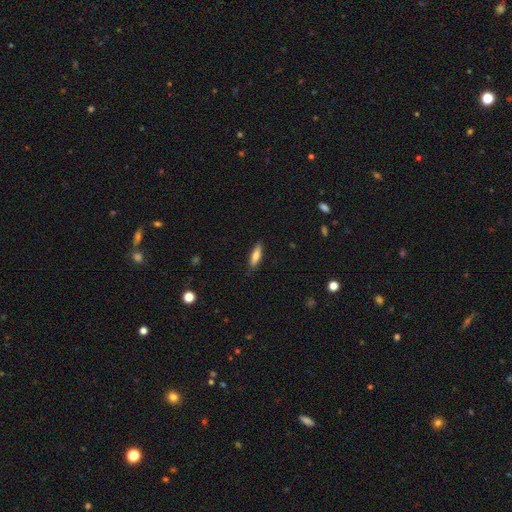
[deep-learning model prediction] smooth 74%, featured or disk 19%, star or artifact 6%. Down the decision tree: how rounded — cigar-shaped (63%); merging — none (85%).